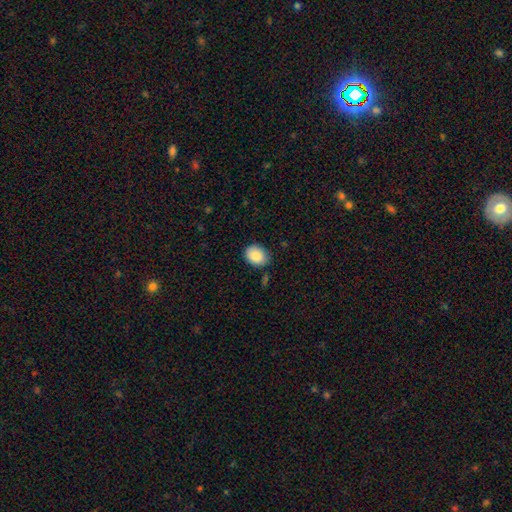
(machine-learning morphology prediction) smooth_or_featured: smooth (p=0.88) [alt: star or artifact p=0.07]
how_rounded: in between (p=0.58) [alt: round p=0.42]
merging: none (p=0.79) [alt: minor disturbance p=0.16]